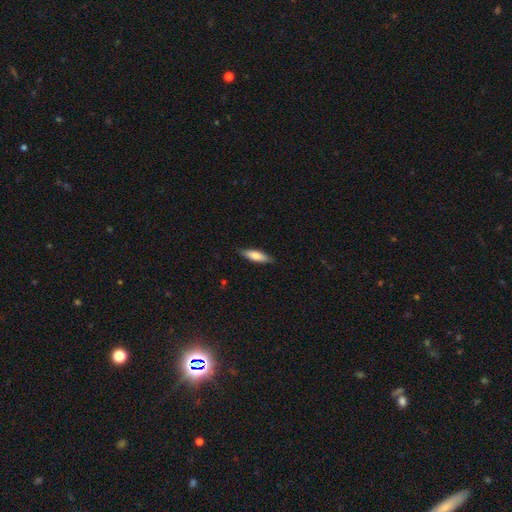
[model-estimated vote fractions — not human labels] Overall: smooth (74%). How rounded: cigar-shaped (54%; in between 45%). Merging: none (85%).